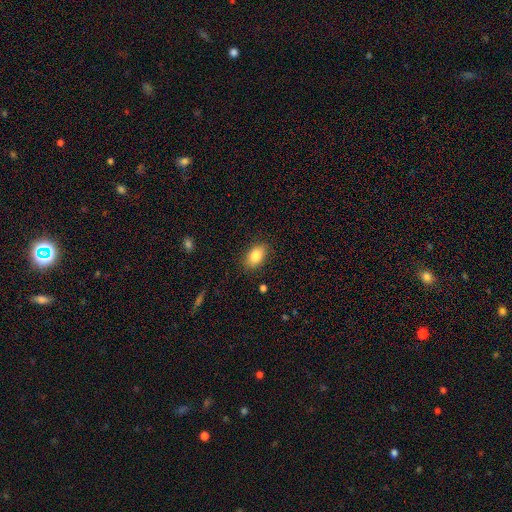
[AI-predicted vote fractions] The model was most divided on "merging": none: 86%, minor disturbance: 10%, major disturbance: 3%, merger: 1%. More confident: how rounded — in between (89%); smooth or featured — smooth (85%).